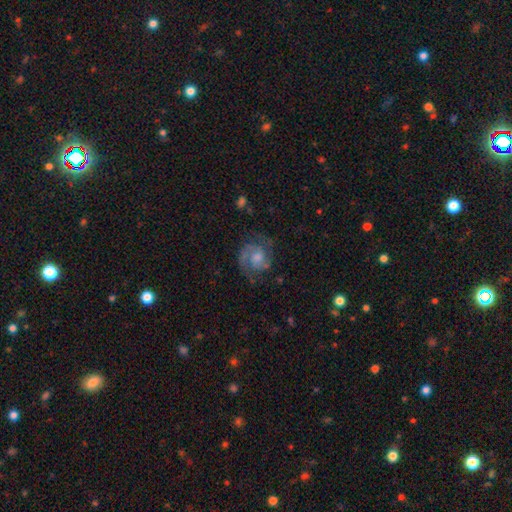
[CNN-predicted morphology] type=featured or disk (82%); edge-on=no (98%); bar=no (57%); spiral arms=yes (97%); winding=medium (48%); arm count=2 (77%); bulge=moderate (46%); merging=none (76%).